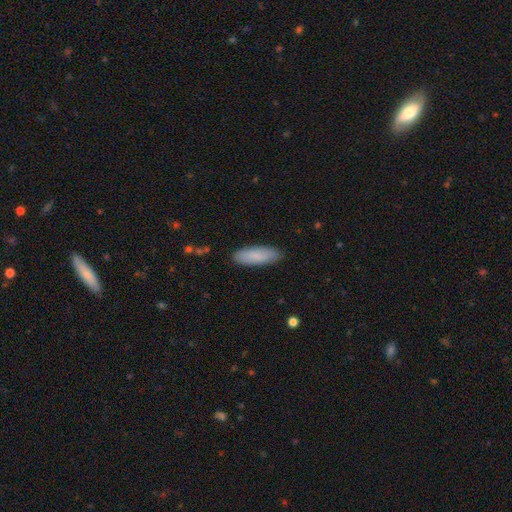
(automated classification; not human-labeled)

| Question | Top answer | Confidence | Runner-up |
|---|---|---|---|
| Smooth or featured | smooth | 84% | featured or disk (10%) |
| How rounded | in between | 56% | cigar-shaped (43%) |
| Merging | none | 88% | minor disturbance (9%) |